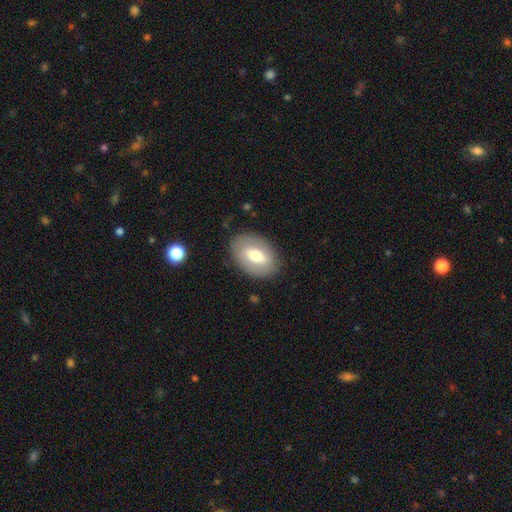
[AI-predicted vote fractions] smooth-or-featured: smooth: 54% | featured or disk: 40% | star or artifact: 7%
  how-rounded: in between: 84% | round: 15% | cigar-shaped: 1%
  merging: none: 83% | minor disturbance: 12% | major disturbance: 4% | merger: 1%